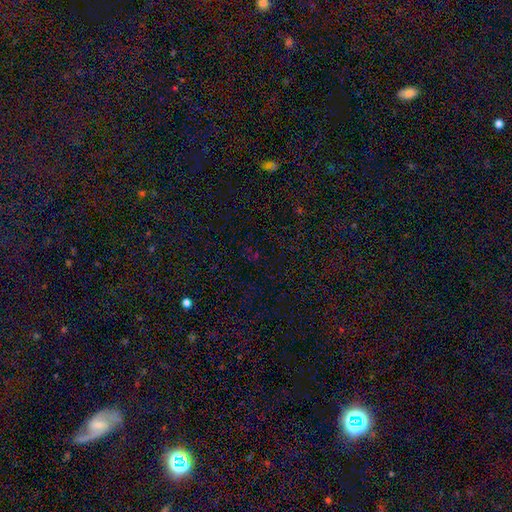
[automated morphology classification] Smooth or featured? star or artifact (67%)